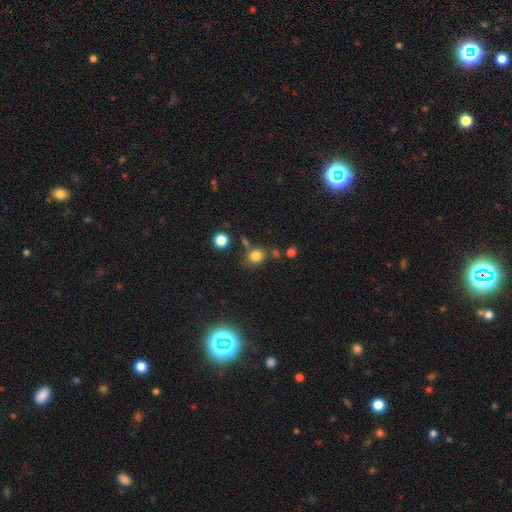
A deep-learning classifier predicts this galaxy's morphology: Smooth or featured: smooth — 79% (star or artifact — 15%)
How rounded: round — 72% (in between — 27%)
Merging: none — 69% (minor disturbance — 14%)